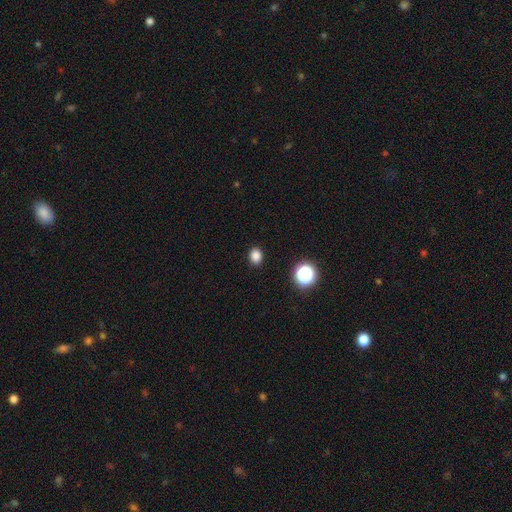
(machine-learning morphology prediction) Overall: smooth (84%). How rounded: in between (55%; round 44%). Merging: none (90%).